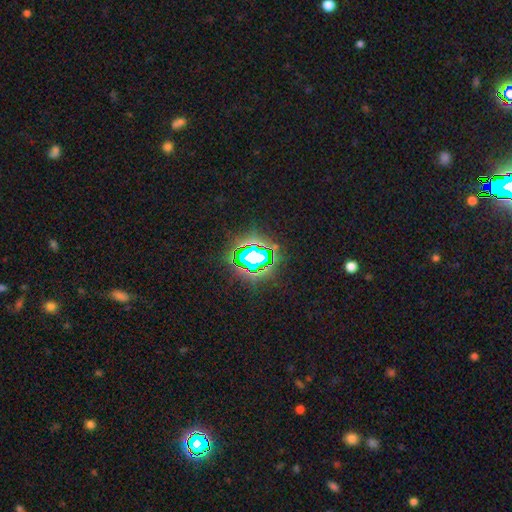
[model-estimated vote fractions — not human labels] Smooth or featured? star or artifact (72%)